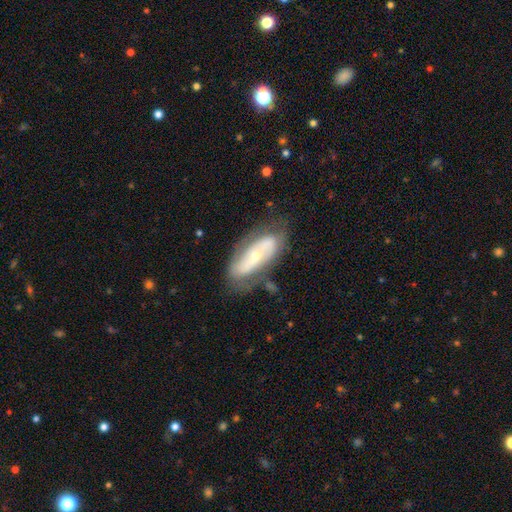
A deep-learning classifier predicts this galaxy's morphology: Smooth or featured: featured or disk — 69% (smooth — 25%)
Edge-on disk: no — 87% (yes — 13%)
Bar: no — 56% (strong — 22%)
Spiral arms: yes — 65% (no — 35%)
Bulge size: small — 60% (moderate — 37%)
Merging: none — 67% (minor disturbance — 20%)